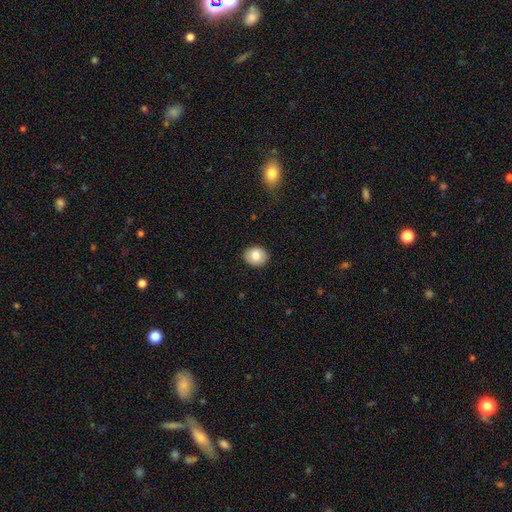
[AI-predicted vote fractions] Smooth or featured?
  - smooth: 79% *
  - featured or disk: 13%
  - star or artifact: 8%
How rounded?
  - round: 62% *
  - in between: 37%
  - cigar-shaped: 1%
Merging?
  - none: 90% *
  - minor disturbance: 8%
  - major disturbance: 2%
  - merger: 1%